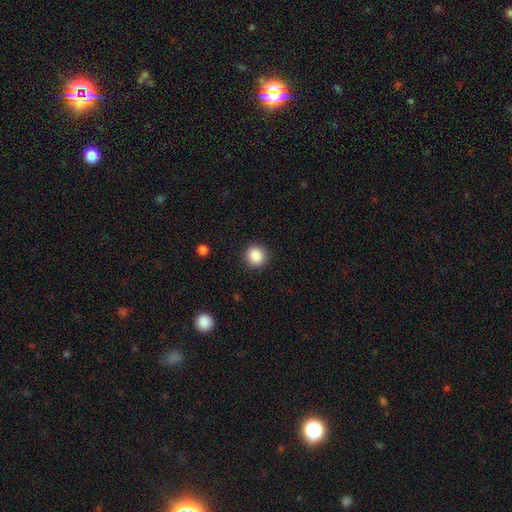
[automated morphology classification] type=smooth (88%); roundness=round (92%); merging=none (91%).